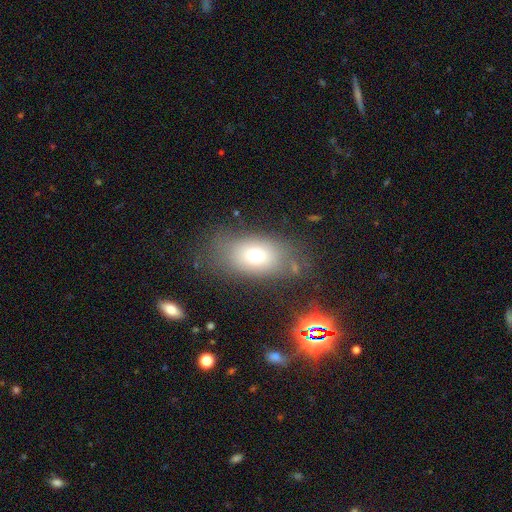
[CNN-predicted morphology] This appears to be a smooth galaxy with no disk features (69%) that is in between round and cigar-shaped (78%). Merging: none (69%).